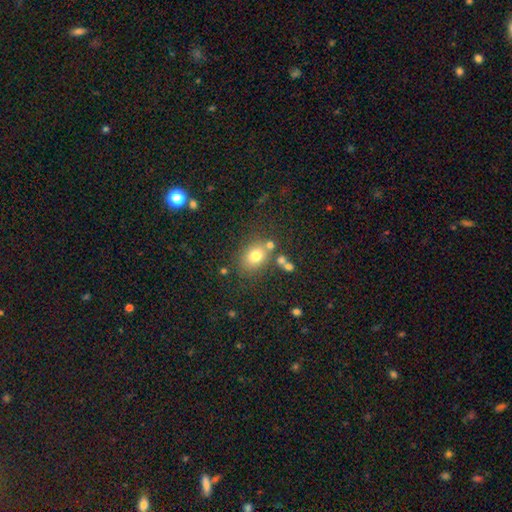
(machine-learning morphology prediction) This is likely a smooth galaxy (75%). How rounded: possibly in between (58%). Merging: likely none (70%).